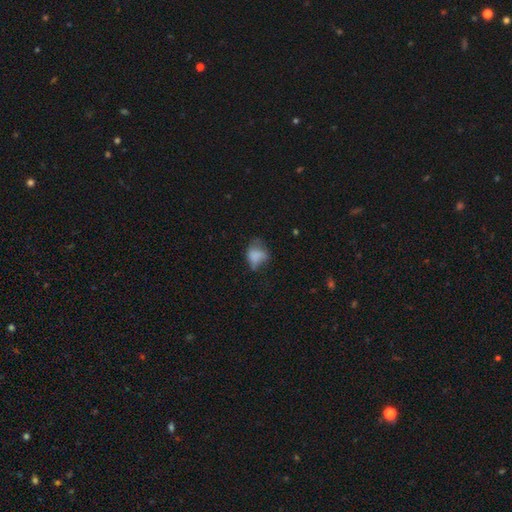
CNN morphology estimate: Smooth or featured: smooth — 69% (featured or disk — 20%)
How rounded: in between — 64% (round — 34%)
Merging: none — 33% (minor disturbance — 32%)